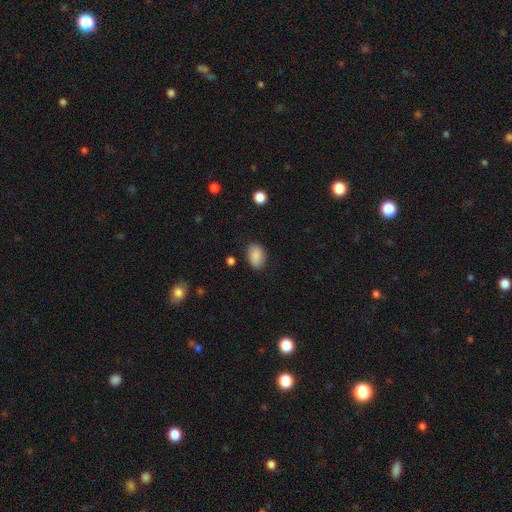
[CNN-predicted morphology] Smooth or featured: smooth — 88% (star or artifact — 7%)
How rounded: in between — 85% (round — 14%)
Merging: none — 83% (minor disturbance — 12%)